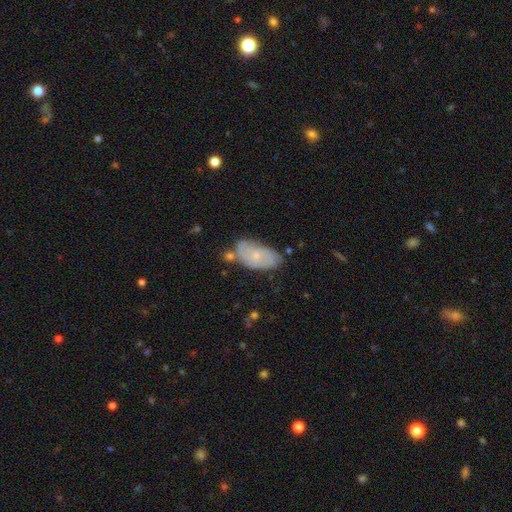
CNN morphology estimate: Q: Smooth or featured?
A: featured or disk (56%); runner-up: smooth (36%)
Q: Edge-on disk?
A: no (94%); runner-up: yes (6%)
Q: Bar?
A: no (79%); runner-up: weak (18%)
Q: Spiral arms?
A: yes (75%); runner-up: no (25%)
Q: Bulge size?
A: small (77%); runner-up: moderate (18%)
Q: Merging?
A: none (54%); runner-up: minor disturbance (27%)